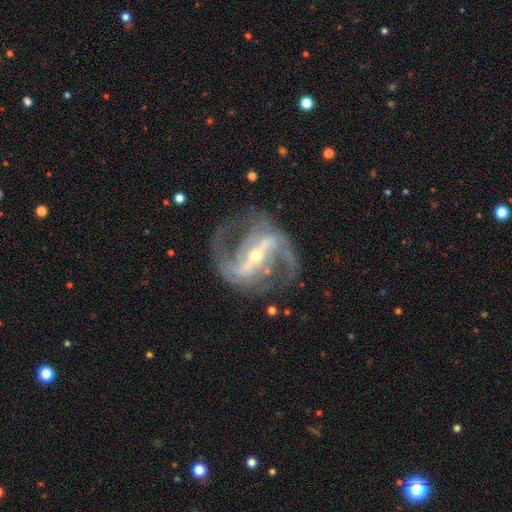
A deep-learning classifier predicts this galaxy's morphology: The model was most divided on "spiral winding": medium: 50%, loose: 35%, tight: 15%. More confident: spiral arms — yes (97%); edge-on disk — no (96%); smooth or featured — featured or disk (91%); spiral arm count — 2 (83%); bar — strong (75%); merging — none (70%); bulge size — small (68%).